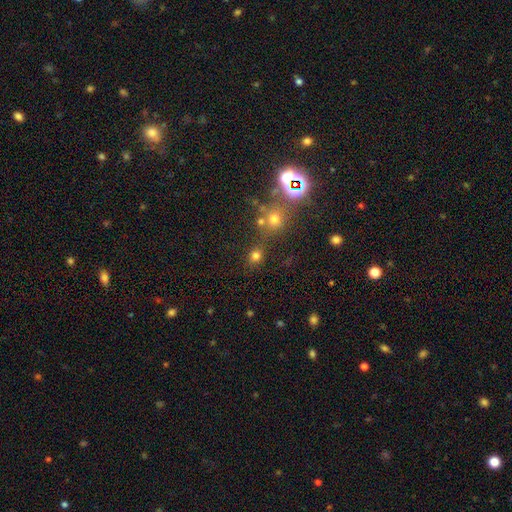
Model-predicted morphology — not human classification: Overall: smooth (70%). How rounded: round (79%). Merging: none (70%).